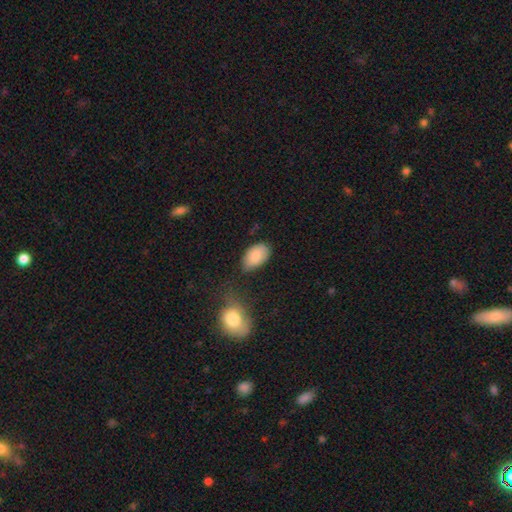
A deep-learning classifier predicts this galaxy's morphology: smooth-or-featured: smooth: 85% | featured or disk: 8% | star or artifact: 7%
  how-rounded: in between: 92% | round: 6% | cigar-shaped: 1%
  merging: none: 67% | minor disturbance: 24% | major disturbance: 5% | merger: 4%